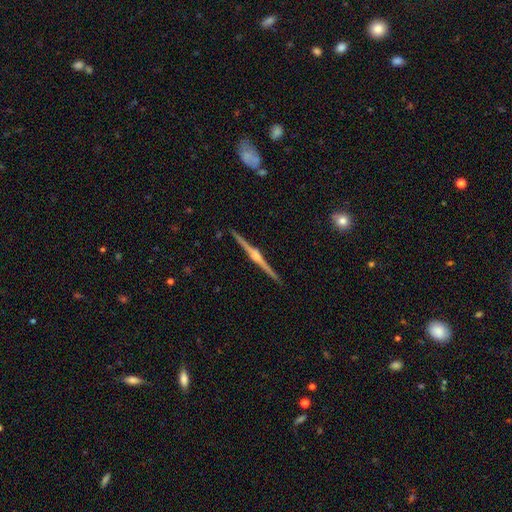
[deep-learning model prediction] smooth-or-featured: featured or disk: 88% | smooth: 7% | star or artifact: 5%
  disk-edge-on: yes: 99% | no: 1%
    edge-on-bulge: rounded: 87% | boxy: 8% | none: 5%
  merging: none: 92% | minor disturbance: 5% | major disturbance: 1% | merger: 1%